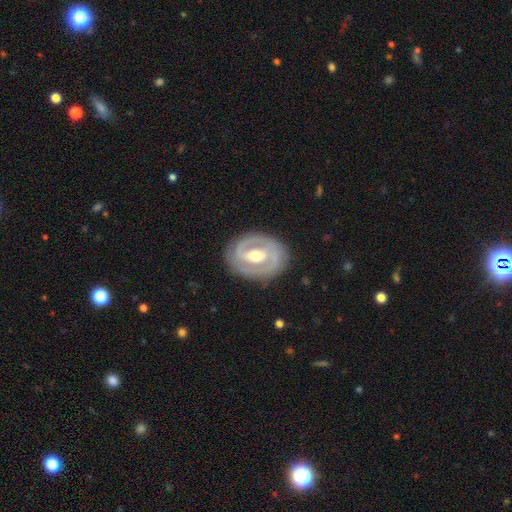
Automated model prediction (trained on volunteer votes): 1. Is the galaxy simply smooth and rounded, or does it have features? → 82% featured or disk, 14% smooth, 4% star or artifact.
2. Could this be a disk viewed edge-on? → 96% no, 4% yes.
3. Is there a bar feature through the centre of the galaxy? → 40% strong, 39% weak, 21% no.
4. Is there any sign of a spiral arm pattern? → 77% yes, 23% no.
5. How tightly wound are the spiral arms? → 54% tight, 35% medium, 11% loose.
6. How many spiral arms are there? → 81% 2, 9% can't tell, 5% 1, 2% 3, 1% 4, 1% more than 4.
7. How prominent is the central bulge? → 73% moderate, 17% small, 8% large, 1% dominant, 1% none.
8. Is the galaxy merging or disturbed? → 83% none, 12% minor disturbance, 4% major disturbance, 1% merger.